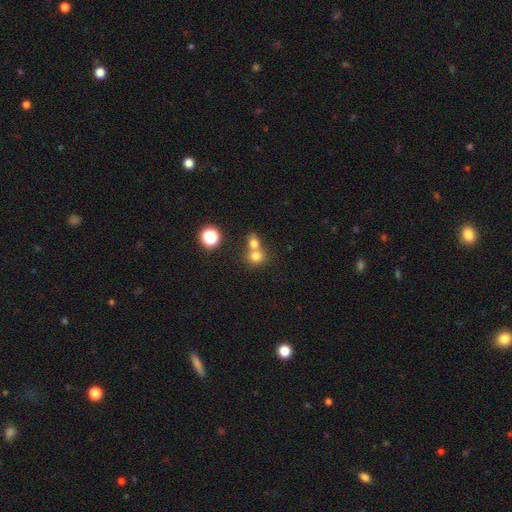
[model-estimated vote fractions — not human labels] This is likely a smooth galaxy (75%). How rounded: likely round (80%). Merging: possibly merger (53%).